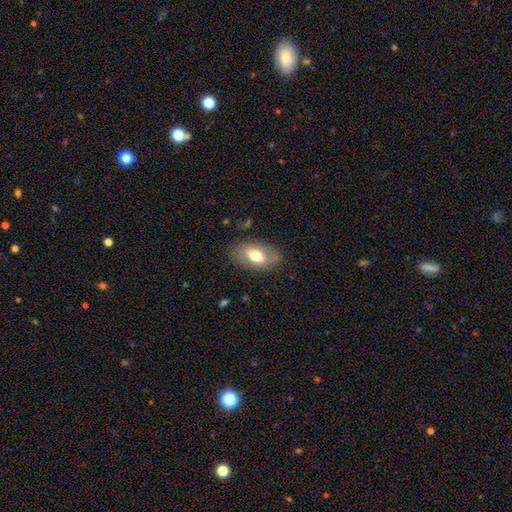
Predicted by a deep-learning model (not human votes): smooth_or_featured: smooth (p=0.68) [alt: featured or disk p=0.25]
how_rounded: in between (p=0.91) [alt: round p=0.07]
merging: none (p=0.79) [alt: minor disturbance p=0.15]